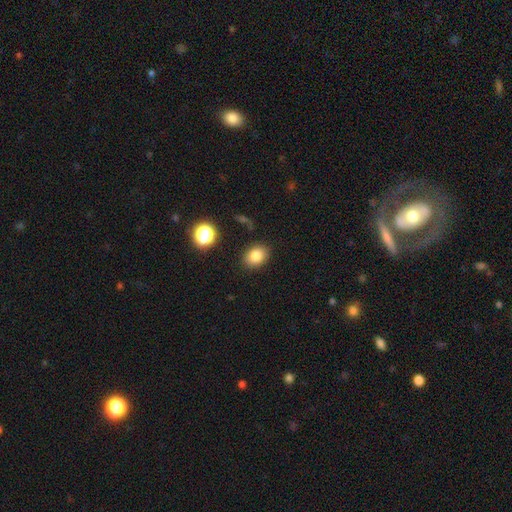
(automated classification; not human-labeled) A smooth galaxy with no disk features (82%) that is in between round and cigar-shaped (61%). Merging: none (86%).